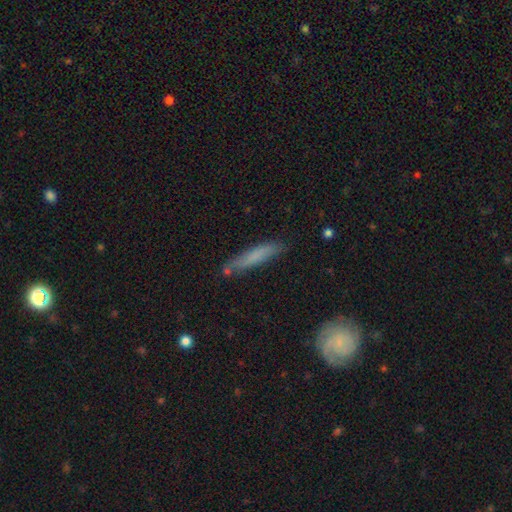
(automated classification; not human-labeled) smooth-or-featured: smooth: 69% | featured or disk: 23% | star or artifact: 7%
  how-rounded: cigar-shaped: 90% | in between: 9% | round: 2%
  merging: none: 76% | minor disturbance: 16% | merger: 4% | major disturbance: 3%